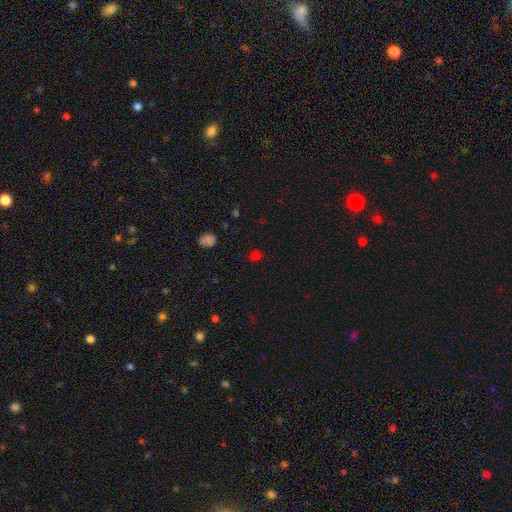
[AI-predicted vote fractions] Smooth or featured: smooth — 60% (star or artifact — 35%)
How rounded: round — 73% (in between — 25%)
Merging: none — 82% (minor disturbance — 11%)